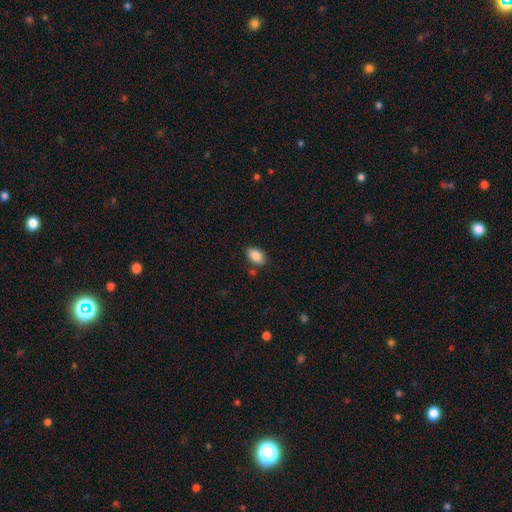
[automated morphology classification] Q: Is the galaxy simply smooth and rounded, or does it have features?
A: smooth — 87%.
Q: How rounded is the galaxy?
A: in between — 91%.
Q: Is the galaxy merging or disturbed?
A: none — 81%.